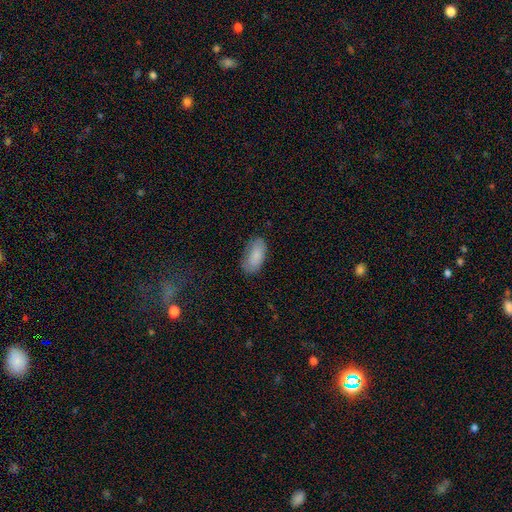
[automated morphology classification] type=smooth (86%); roundness=in between (92%); merging=none (74%).